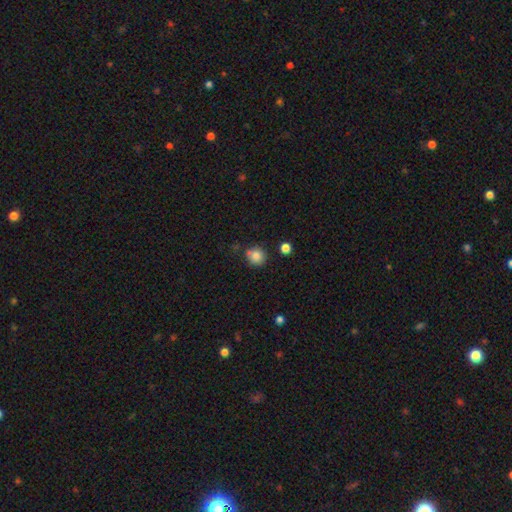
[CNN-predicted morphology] Smooth or featured? smooth (84%)
How rounded? round (87%)
Merging? none (73%)